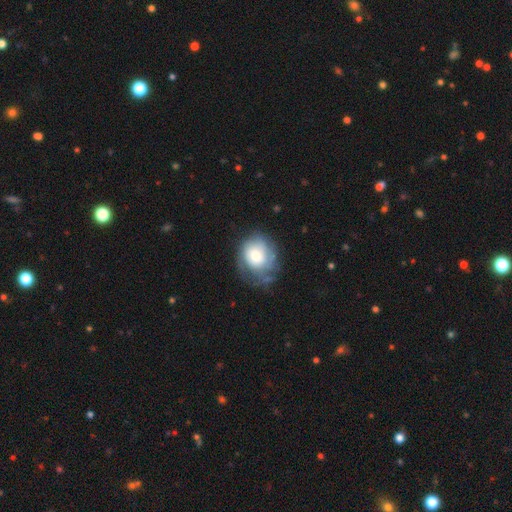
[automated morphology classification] A smooth galaxy with no disk features (48%). Merging: none (50%).